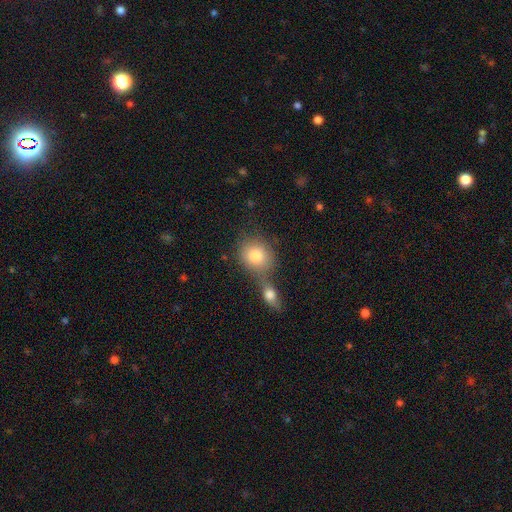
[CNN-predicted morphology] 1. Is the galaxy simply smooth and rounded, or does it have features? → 81% smooth, 10% featured or disk, 8% star or artifact.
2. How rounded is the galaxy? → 68% round, 31% in between, 1% cigar-shaped.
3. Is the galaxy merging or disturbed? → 48% merger, 39% none, 9% minor disturbance, 4% major disturbance.